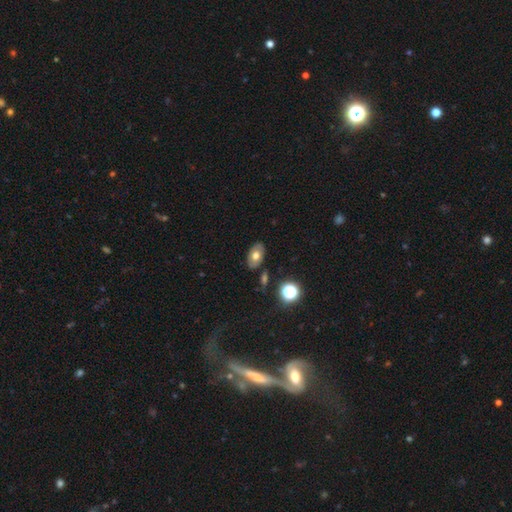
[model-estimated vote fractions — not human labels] Smooth or featured?
  - smooth: 59% *
  - featured or disk: 30%
  - star or artifact: 11%
How rounded?
  - in between: 87% *
  - round: 12%
  - cigar-shaped: 1%
Merging?
  - none: 83% *
  - minor disturbance: 11%
  - merger: 3%
  - major disturbance: 3%